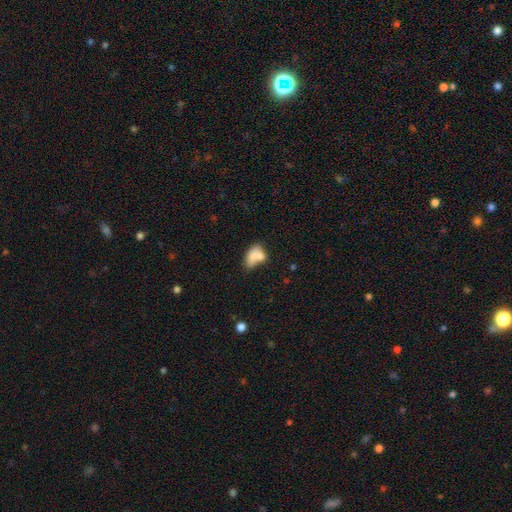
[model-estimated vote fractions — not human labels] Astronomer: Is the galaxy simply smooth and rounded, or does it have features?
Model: smooth — 72%.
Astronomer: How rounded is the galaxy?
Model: in between — 84%.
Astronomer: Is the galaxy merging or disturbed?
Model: merger — 48% (runner-up: none, 26%).